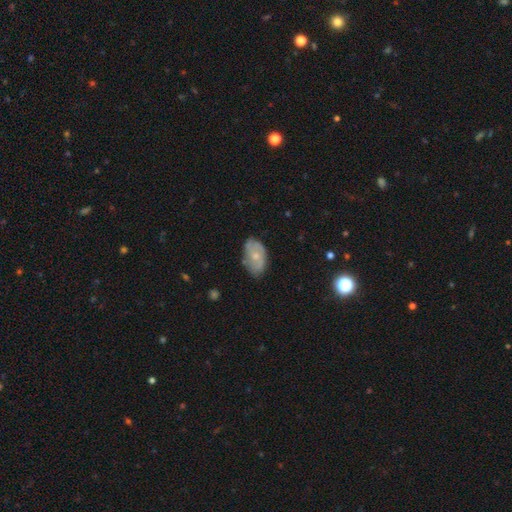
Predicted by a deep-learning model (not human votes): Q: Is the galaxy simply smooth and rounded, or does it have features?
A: smooth — 49%.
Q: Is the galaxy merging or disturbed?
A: none — 65%.